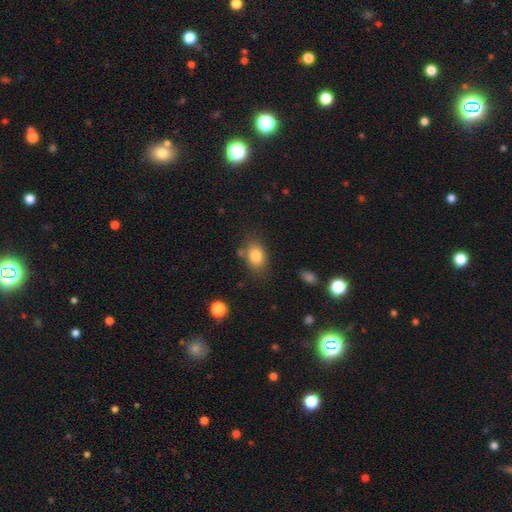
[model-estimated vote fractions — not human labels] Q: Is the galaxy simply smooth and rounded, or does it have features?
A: smooth — 82%.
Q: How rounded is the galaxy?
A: in between — 75%.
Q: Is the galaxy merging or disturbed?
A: none — 75%.